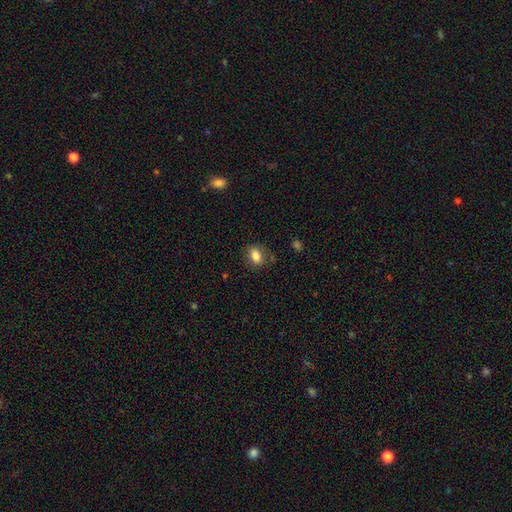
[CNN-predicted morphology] smooth 83%, star or artifact 9%, featured or disk 8%. Down the decision tree: how rounded — in between (78%); merging — none (77%).